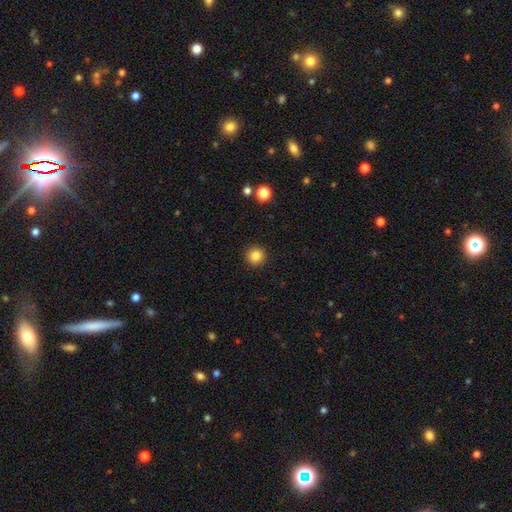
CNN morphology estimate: Smooth or featured: smooth — 85% (star or artifact — 10%)
How rounded: round — 95% (in between — 4%)
Merging: none — 93% (minor disturbance — 4%)